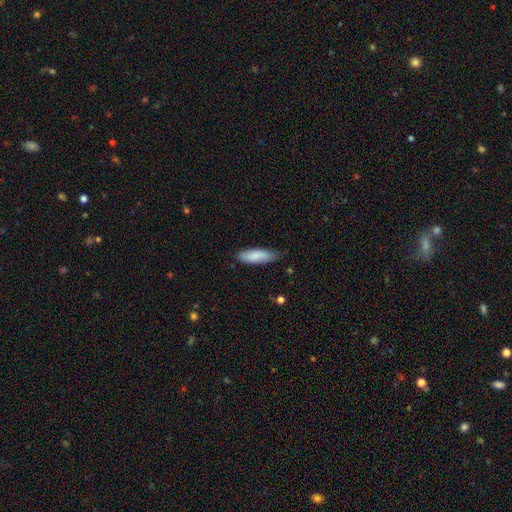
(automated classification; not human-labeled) Smooth or featured? smooth (84%)
How rounded? in between (53%)
Merging? none (72%)